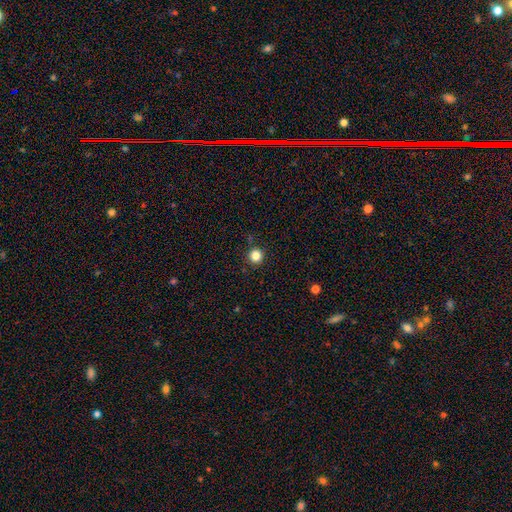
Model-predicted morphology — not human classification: smooth-or-featured: smooth: 83% | star or artifact: 13% | featured or disk: 4%
  how-rounded: round: 95% | in between: 4% | cigar-shaped: 1%
  merging: none: 91% | minor disturbance: 6% | major disturbance: 2% | merger: 2%